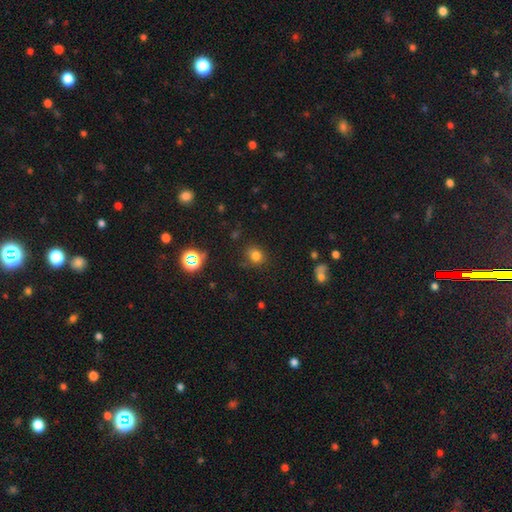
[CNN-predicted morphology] A smooth galaxy with no disk features (76%) that is round (72%). Merging: none (79%).